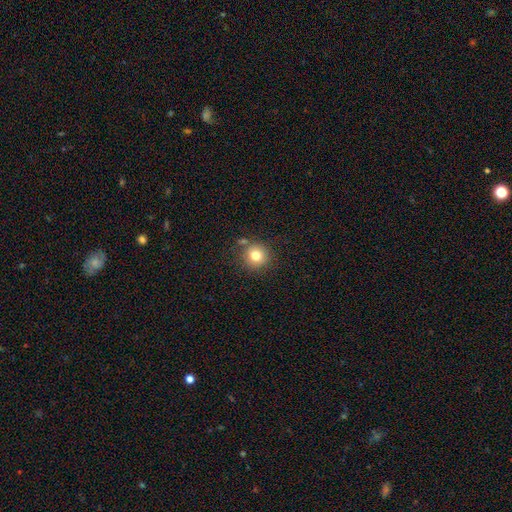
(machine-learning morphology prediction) This is likely a smooth galaxy (79%). How rounded: clearly round (92%). Merging: likely none (76%).